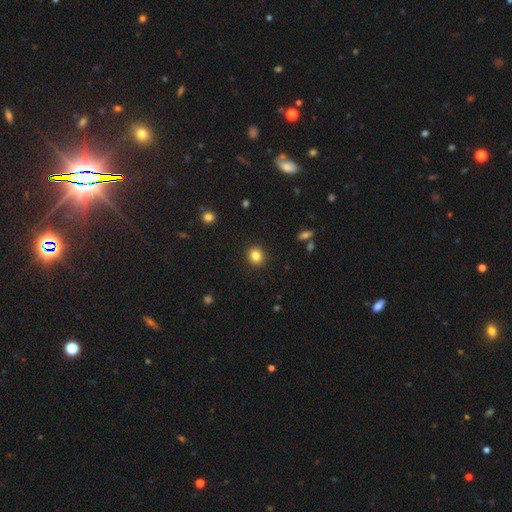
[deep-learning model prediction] Smooth or featured: smooth — 83% (star or artifact — 11%)
How rounded: round — 83% (in between — 16%)
Merging: none — 91% (minor disturbance — 6%)